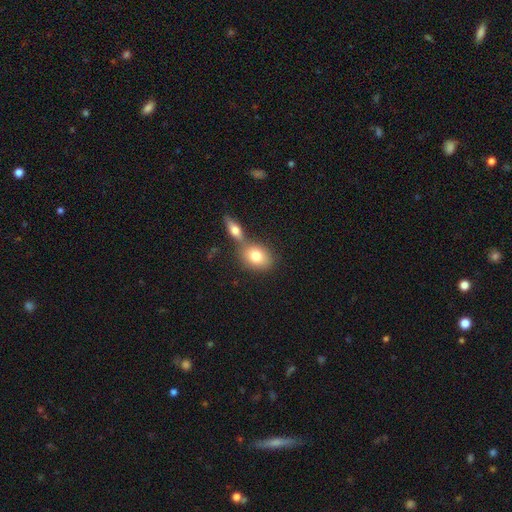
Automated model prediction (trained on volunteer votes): Overall: smooth (77%). How rounded: in between (64%; round 34%). Merging: none (47%; merger 40%).